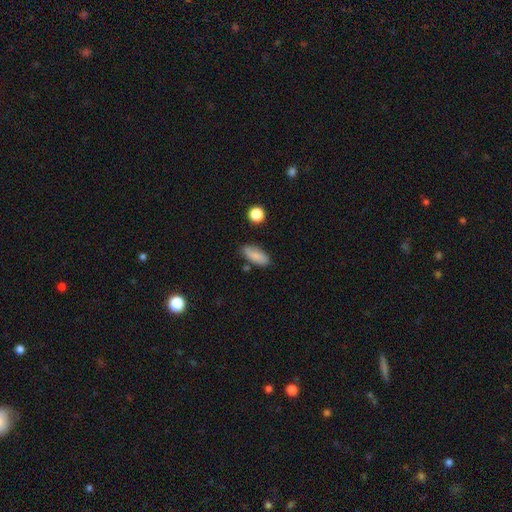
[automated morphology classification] smooth_or_featured: smooth (p=0.82) [alt: featured or disk p=0.11]
how_rounded: in between (p=0.80) [alt: cigar-shaped p=0.17]
merging: none (p=0.78) [alt: minor disturbance p=0.15]